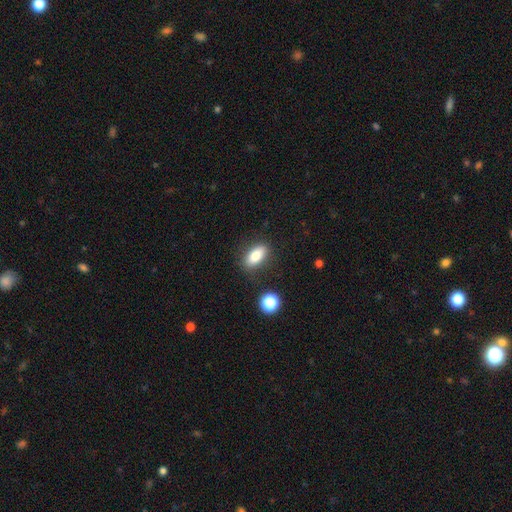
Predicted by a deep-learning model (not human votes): A smooth galaxy with no disk features (80%) that is in between round and cigar-shaped (81%).

Vote fractions:
- Smooth or featured? smooth: 80% / featured or disk: 12% / star or artifact: 9%
- How rounded? in between: 81% / cigar-shaped: 13% / round: 6%
- Merging? none: 84% / minor disturbance: 10% / major disturbance: 3% / merger: 3%